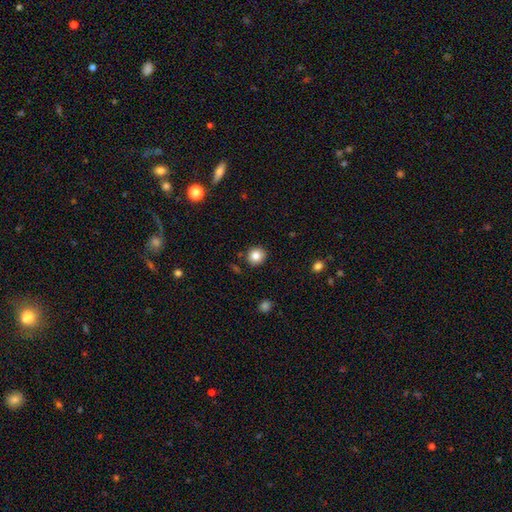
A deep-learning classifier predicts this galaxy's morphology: Smooth or featured?
  - smooth: 84% *
  - star or artifact: 10%
  - featured or disk: 6%
How rounded?
  - round: 89% *
  - in between: 10%
  - cigar-shaped: 1%
Merging?
  - none: 88% *
  - minor disturbance: 7%
  - merger: 2%
  - major disturbance: 2%